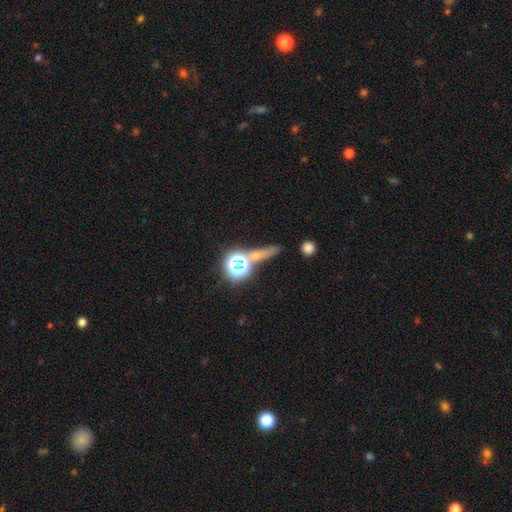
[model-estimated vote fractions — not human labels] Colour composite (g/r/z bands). It shows a star or artifact, not a galaxy (46%).